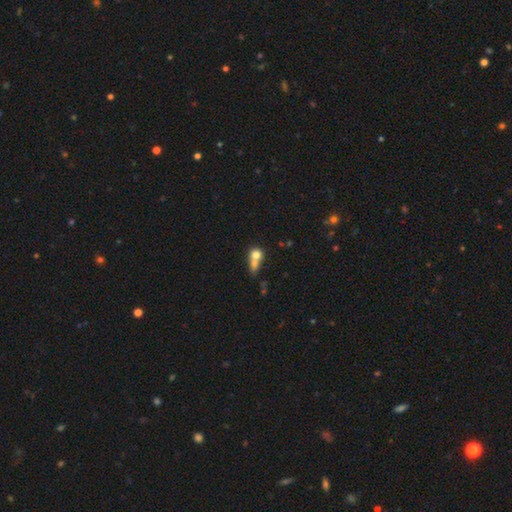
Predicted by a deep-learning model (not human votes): smooth 71%, featured or disk 18%, star or artifact 11%. Down the decision tree: how rounded — round (70%); merging — merger (61%).